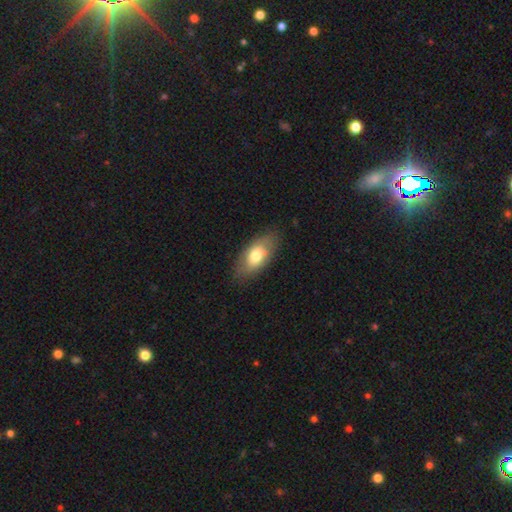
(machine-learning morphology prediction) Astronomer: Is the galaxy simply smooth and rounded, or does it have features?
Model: smooth — 68%.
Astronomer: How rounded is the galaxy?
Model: in between — 90%.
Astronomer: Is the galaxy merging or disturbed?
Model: none — 77%.